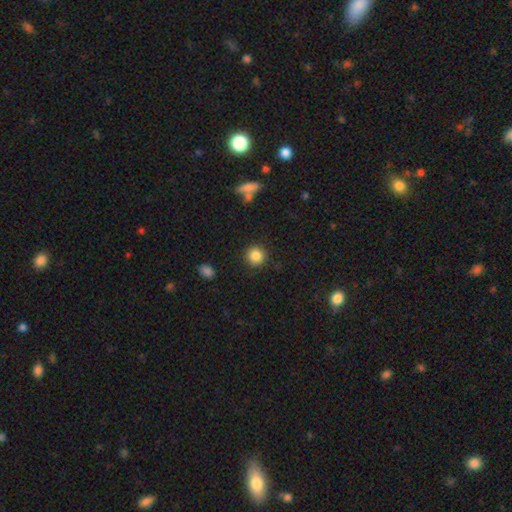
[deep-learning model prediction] smooth_or_featured: smooth (p=0.86) [alt: star or artifact p=0.10]
how_rounded: round (p=0.93) [alt: in between p=0.06]
merging: none (p=0.89) [alt: minor disturbance p=0.06]